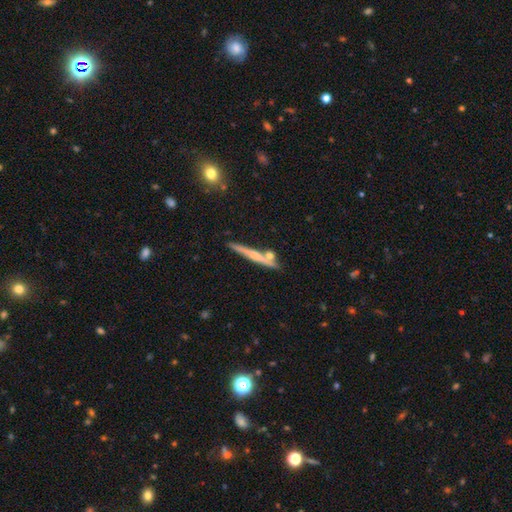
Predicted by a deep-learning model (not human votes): Overall: featured or disk (49%; smooth 44%). Merging: none (76%).